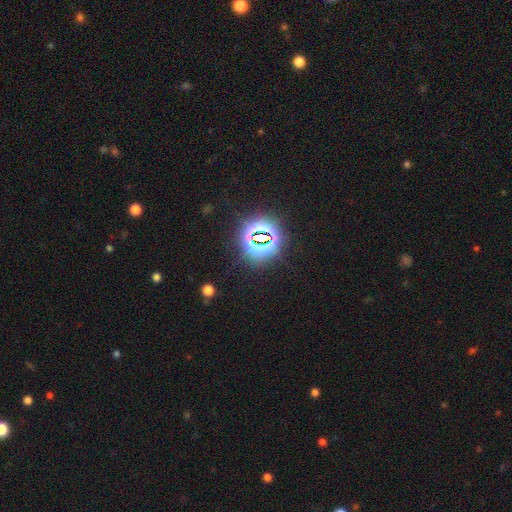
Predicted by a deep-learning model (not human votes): A star or artifact, not a galaxy (81%).